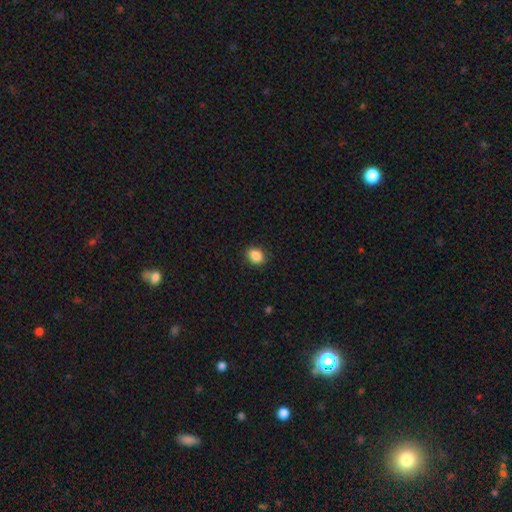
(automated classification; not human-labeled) Smooth or featured? Predicted: smooth (p=0.88). How rounded? Predicted: in between (p=0.70). Merging? Predicted: none (p=0.89).